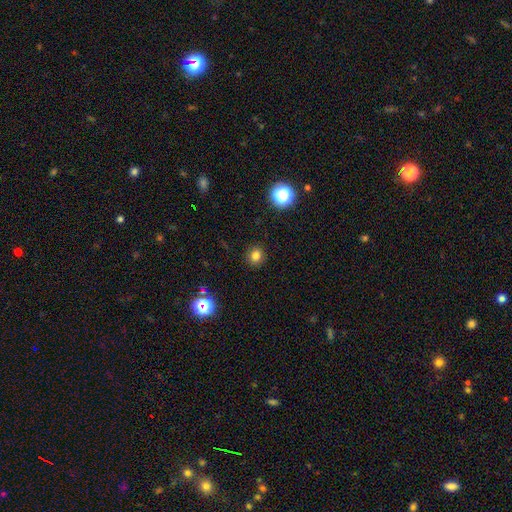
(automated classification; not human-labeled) A smooth galaxy with no disk features (78%) that is round (89%). Merging: none (91%).